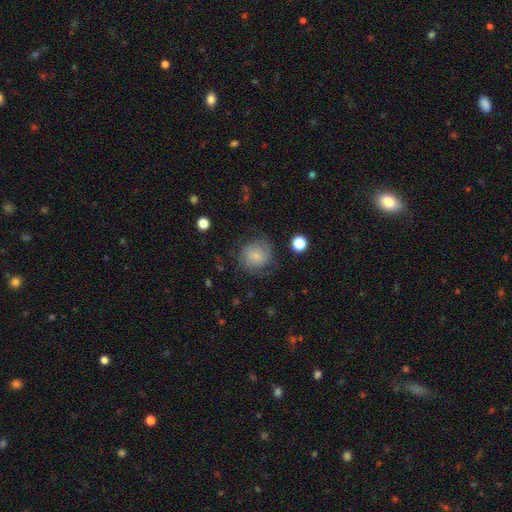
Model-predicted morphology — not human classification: A smooth galaxy with no disk features (58%) that is round (85%).

Vote fractions:
- Smooth or featured? smooth: 58% / featured or disk: 32% / star or artifact: 9%
- How rounded? round: 85% / in between: 14% / cigar-shaped: 1%
- Merging? none: 65% / minor disturbance: 20% / major disturbance: 13% / merger: 2%